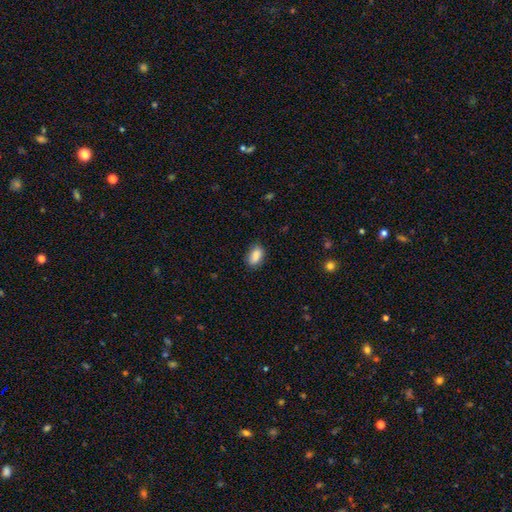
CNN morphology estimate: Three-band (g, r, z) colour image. It shows a smooth galaxy with no disk features (88%) that is in between round and cigar-shaped (89%). Merging: none (81%).